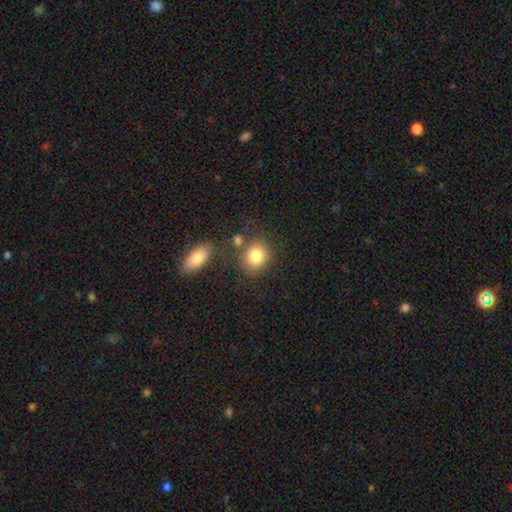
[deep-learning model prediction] Overall: smooth (82%). How rounded: round (71%). Merging: none (69%).